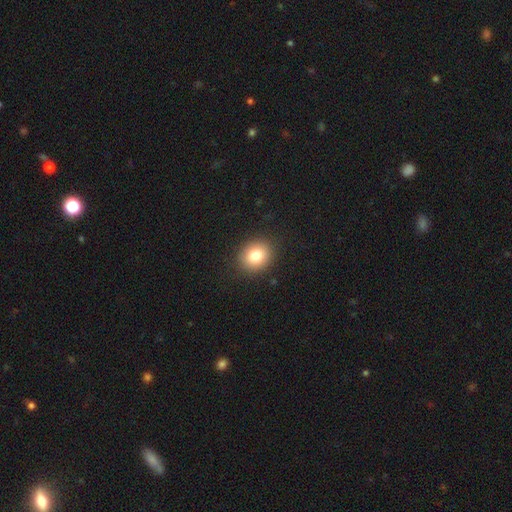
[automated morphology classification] Smooth or featured? smooth (81%)
How rounded? round (66%)
Merging? none (89%)